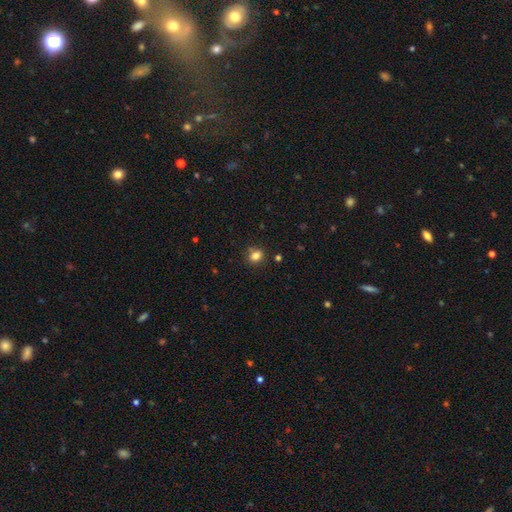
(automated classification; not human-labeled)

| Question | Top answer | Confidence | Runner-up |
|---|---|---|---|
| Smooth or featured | smooth | 81% | star or artifact (13%) |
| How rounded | round | 67% | in between (32%) |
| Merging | none | 78% | minor disturbance (13%) |